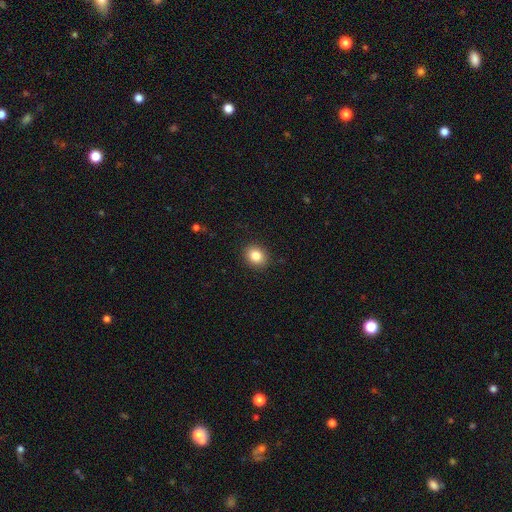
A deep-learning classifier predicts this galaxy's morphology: Smooth or featured? smooth (84%)
How rounded? round (61%)
Merging? none (90%)